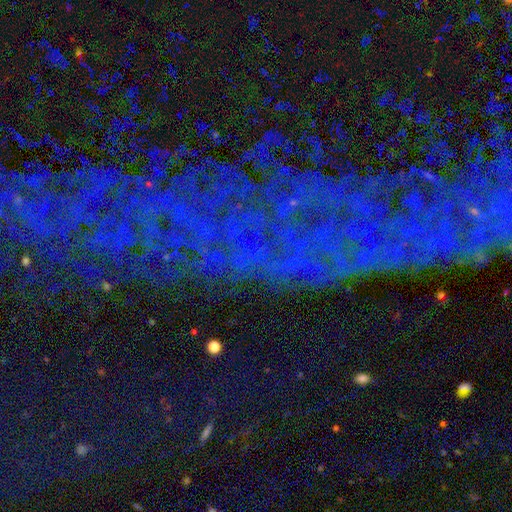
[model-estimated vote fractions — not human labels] A star or artifact, not a galaxy (78%).